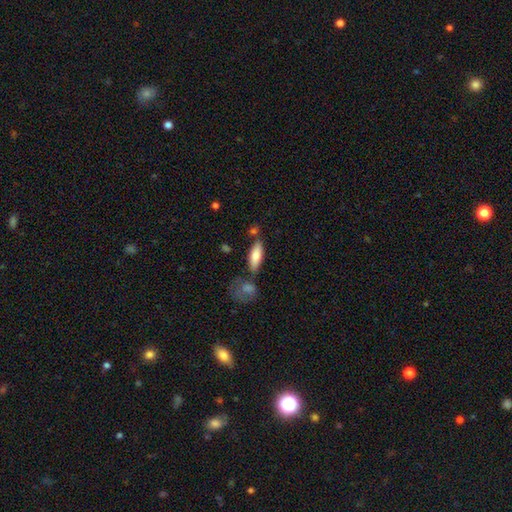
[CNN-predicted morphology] Overall: smooth (78%). How rounded: in between (64%; cigar-shaped 34%). Merging: none (68%).